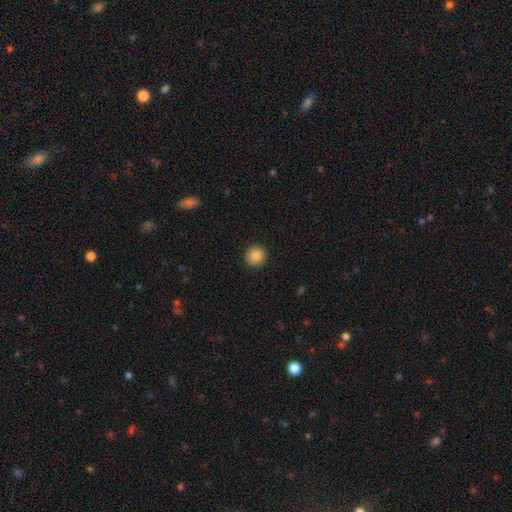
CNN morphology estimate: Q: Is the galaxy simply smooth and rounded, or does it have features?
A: smooth — 87%.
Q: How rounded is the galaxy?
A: round — 94%.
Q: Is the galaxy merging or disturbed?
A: none — 92%.